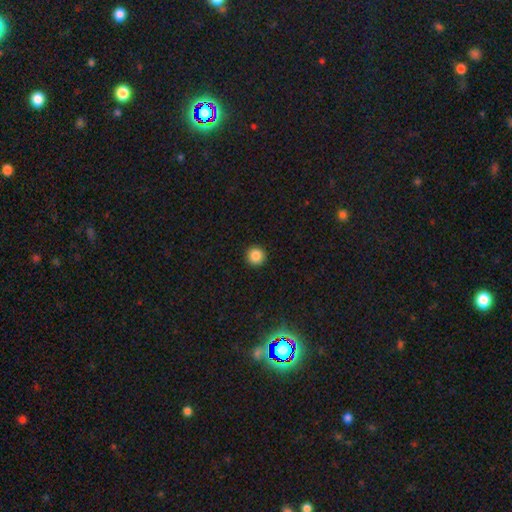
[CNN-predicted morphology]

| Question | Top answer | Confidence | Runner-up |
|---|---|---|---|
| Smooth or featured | smooth | 85% | star or artifact (11%) |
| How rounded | round | 96% | in between (4%) |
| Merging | none | 93% | minor disturbance (4%) |